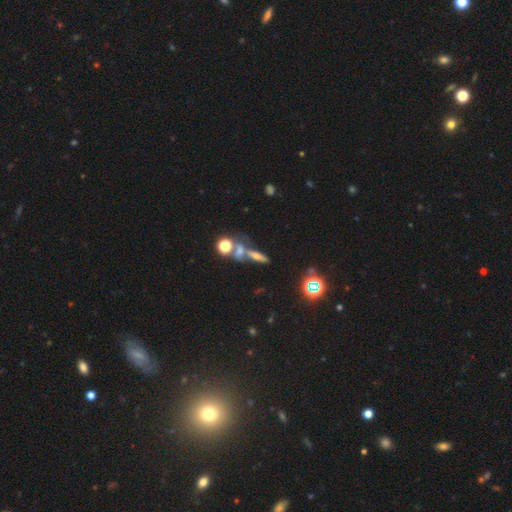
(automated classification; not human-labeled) Smooth or featured? Predicted: smooth (p=0.40). Merging? Predicted: none (p=0.49).